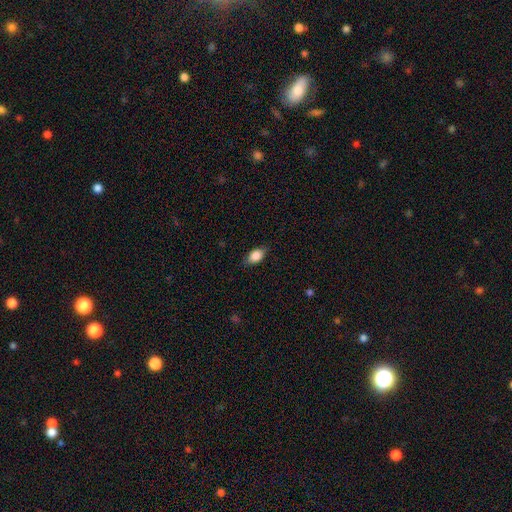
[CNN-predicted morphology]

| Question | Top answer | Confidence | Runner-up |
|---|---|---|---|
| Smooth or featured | smooth | 85% | featured or disk (8%) |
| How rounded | in between | 86% | round (11%) |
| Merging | none | 81% | minor disturbance (15%) |